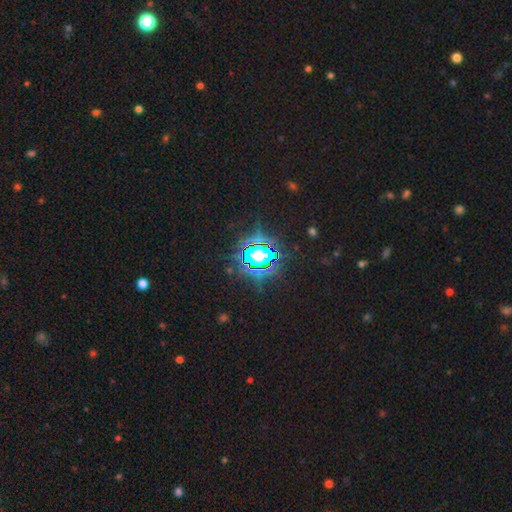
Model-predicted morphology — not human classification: Q: Smooth or featured?
A: star or artifact (74%); runner-up: smooth (15%)